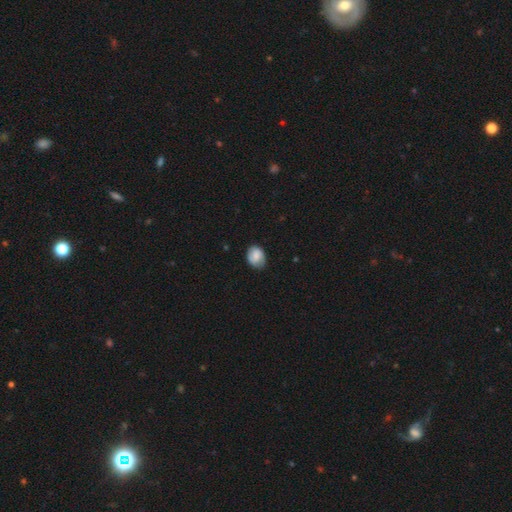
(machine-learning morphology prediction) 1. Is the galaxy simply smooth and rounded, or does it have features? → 78% smooth, 15% featured or disk, 8% star or artifact.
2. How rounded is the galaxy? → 60% in between, 39% round, 1% cigar-shaped.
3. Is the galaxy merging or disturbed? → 73% none, 22% minor disturbance, 4% major disturbance, 1% merger.